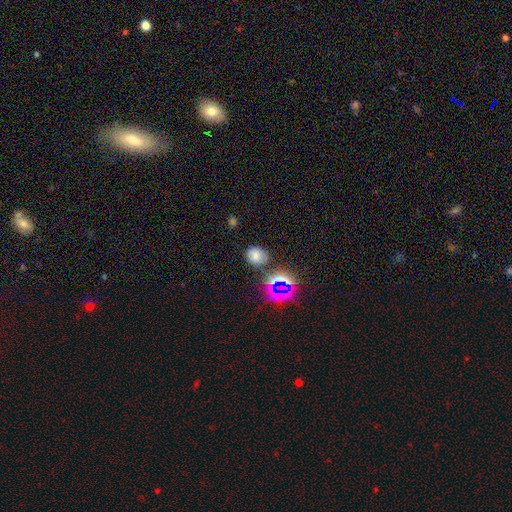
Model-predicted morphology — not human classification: smooth-or-featured: smooth: 64% | star or artifact: 25% | featured or disk: 11%
  how-rounded: round: 56% | in between: 43% | cigar-shaped: 1%
  merging: none: 75% | minor disturbance: 15% | merger: 6% | major disturbance: 5%